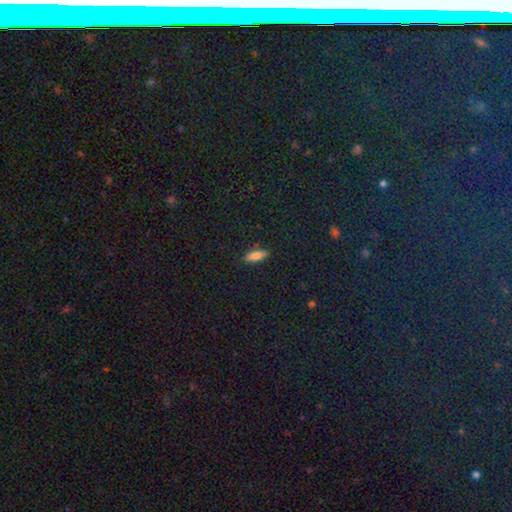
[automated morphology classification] Overall: smooth (77%). How rounded: in between (59%; cigar-shaped 38%). Merging: none (85%).